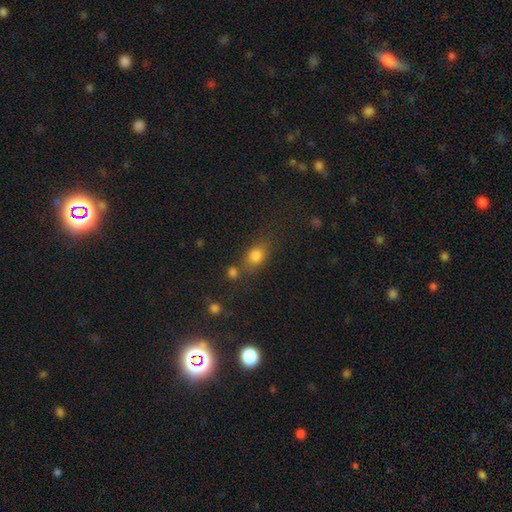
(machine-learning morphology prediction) This is likely a smooth galaxy (79%). How rounded: possibly in between (51%). Merging: possibly none (59%).